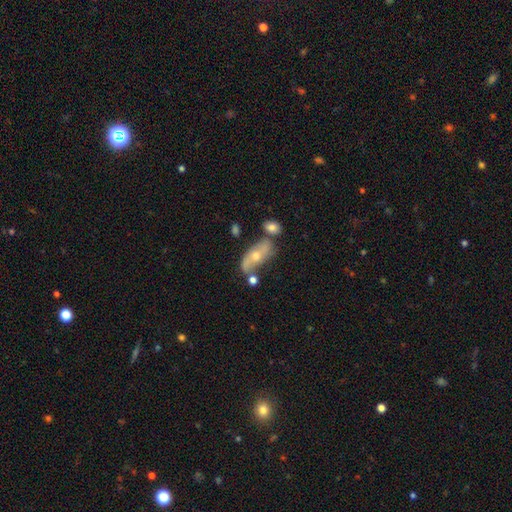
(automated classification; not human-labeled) Smooth or featured? Predicted: featured or disk (p=0.61). Edge-on disk? Predicted: no (p=0.86). Bar? Predicted: no (p=0.71). Spiral arms? Predicted: yes (p=0.69). Bulge size? Predicted: moderate (p=0.62). Merging? Predicted: none (p=0.49).